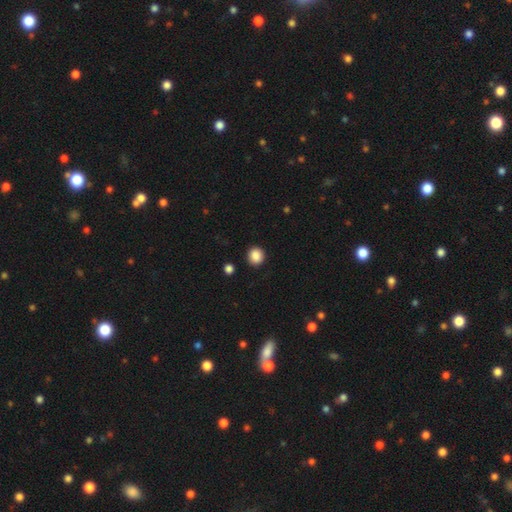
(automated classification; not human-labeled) The model was most divided on "how rounded": round: 86%, in between: 13%, cigar-shaped: 1%. More confident: merging — none (90%); smooth or featured — smooth (88%).